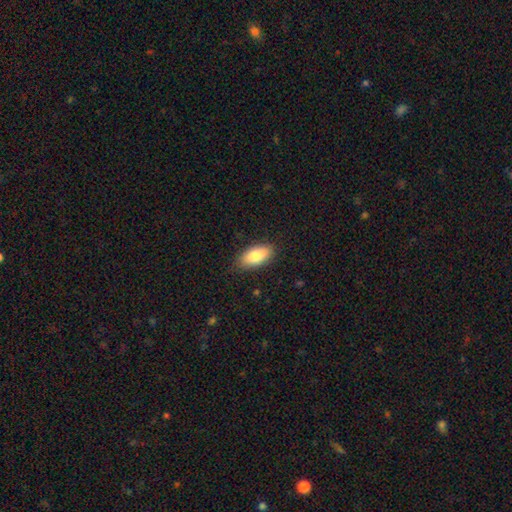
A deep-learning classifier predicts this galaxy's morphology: type=smooth (83%); roundness=in between (91%); merging=none (82%).